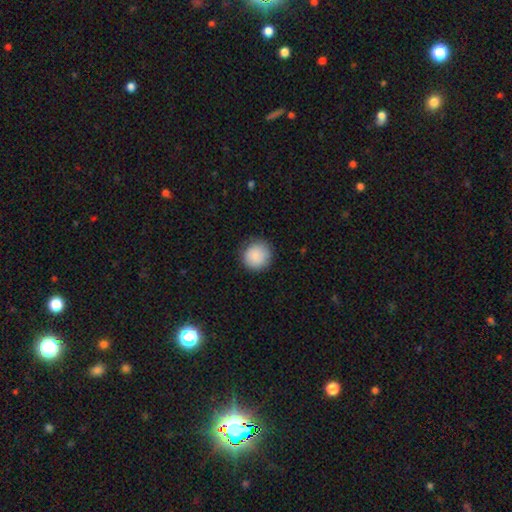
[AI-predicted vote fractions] Smooth or featured? Predicted: smooth (p=0.86). How rounded? Predicted: round (p=0.94). Merging? Predicted: none (p=0.86).